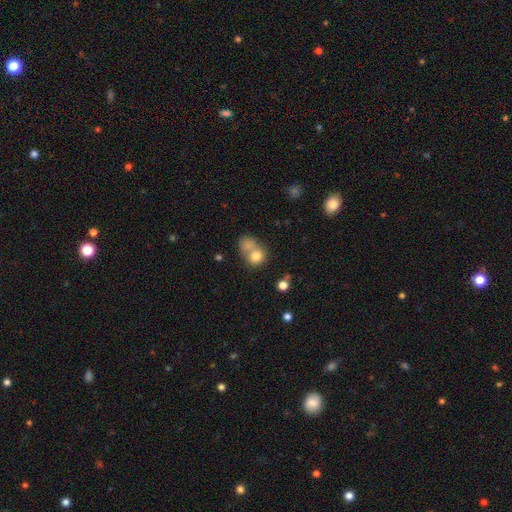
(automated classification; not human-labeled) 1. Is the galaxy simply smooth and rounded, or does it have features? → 79% smooth, 11% featured or disk, 10% star or artifact.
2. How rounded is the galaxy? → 65% round, 34% in between, 1% cigar-shaped.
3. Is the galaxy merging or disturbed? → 55% merger, 29% none, 9% minor disturbance, 7% major disturbance.